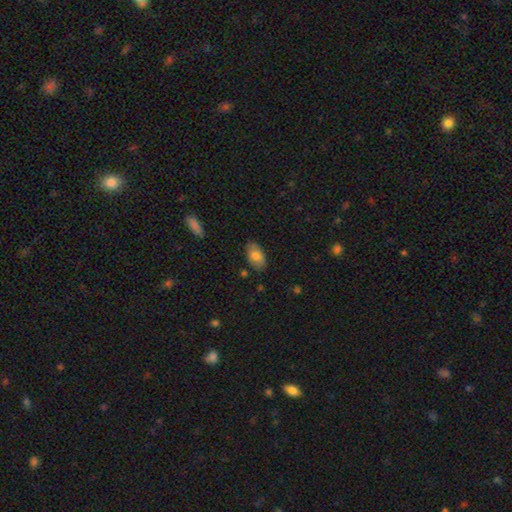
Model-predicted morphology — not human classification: Overall: smooth (80%). How rounded: in between (94%). Merging: none (81%).